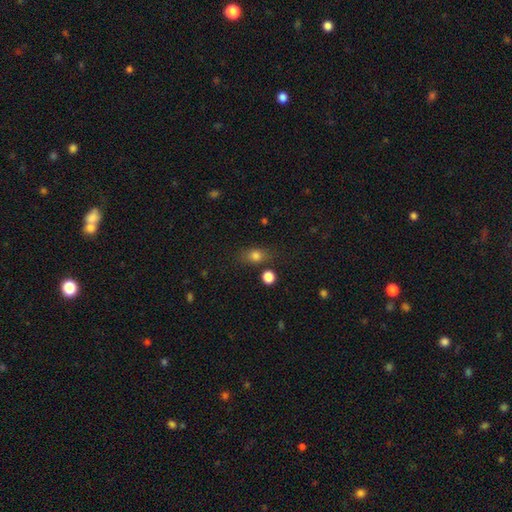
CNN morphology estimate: type=smooth (78%); roundness=in between (60%); merging=none (71%).